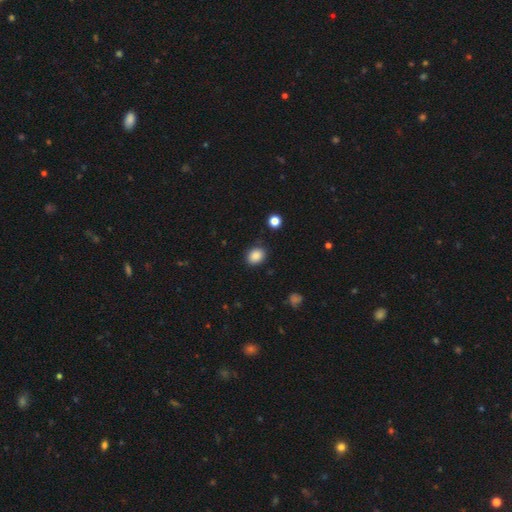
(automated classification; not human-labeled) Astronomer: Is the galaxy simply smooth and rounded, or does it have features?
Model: smooth — 87%.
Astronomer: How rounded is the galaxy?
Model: in between — 52% (runner-up: round, 47%).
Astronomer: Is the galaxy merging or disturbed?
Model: none — 84%.